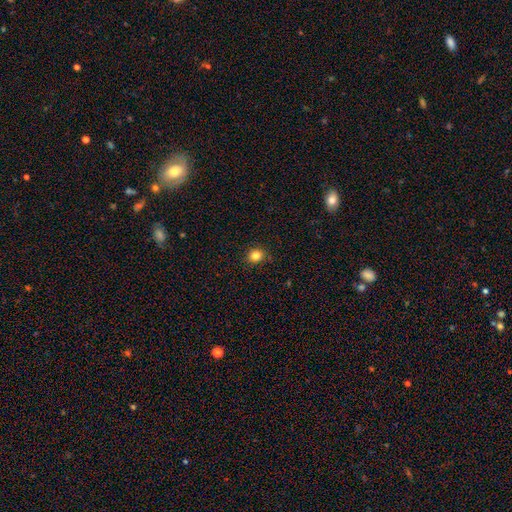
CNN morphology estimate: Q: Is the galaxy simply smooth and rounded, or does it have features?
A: smooth — 83%.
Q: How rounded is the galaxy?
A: round — 82%.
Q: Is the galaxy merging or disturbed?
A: none — 88%.